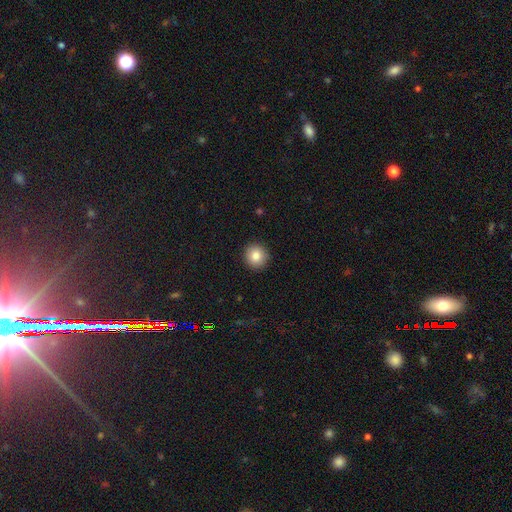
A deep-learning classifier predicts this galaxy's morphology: type=smooth (84%); roundness=round (92%); merging=none (92%).